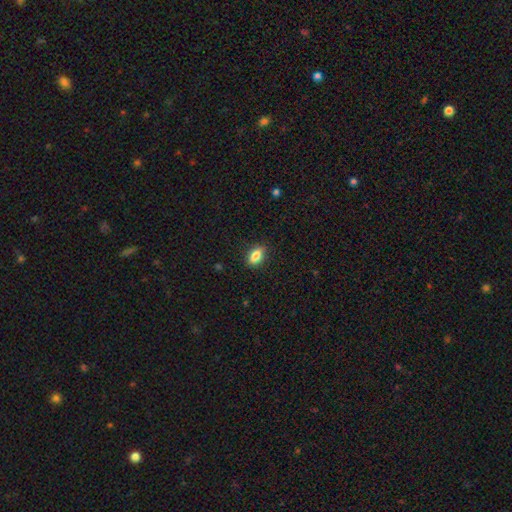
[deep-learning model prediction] Morphology: type=smooth (83%); roundness=in between (85%); merging=none (86%).